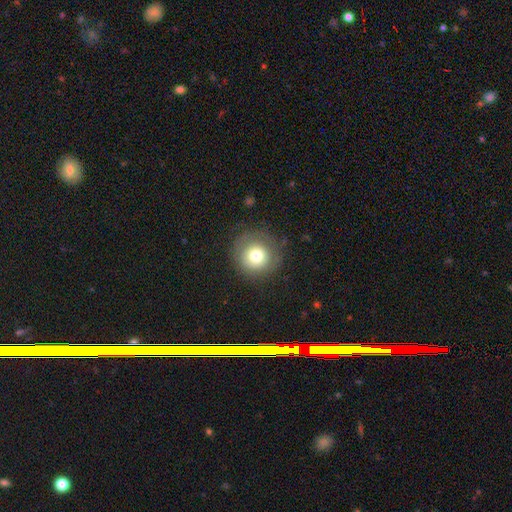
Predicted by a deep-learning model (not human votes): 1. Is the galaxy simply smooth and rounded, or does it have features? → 73% smooth, 17% featured or disk, 10% star or artifact.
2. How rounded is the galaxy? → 94% round, 5% in between, 1% cigar-shaped.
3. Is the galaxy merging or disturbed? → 82% none, 11% minor disturbance, 5% major disturbance, 1% merger.